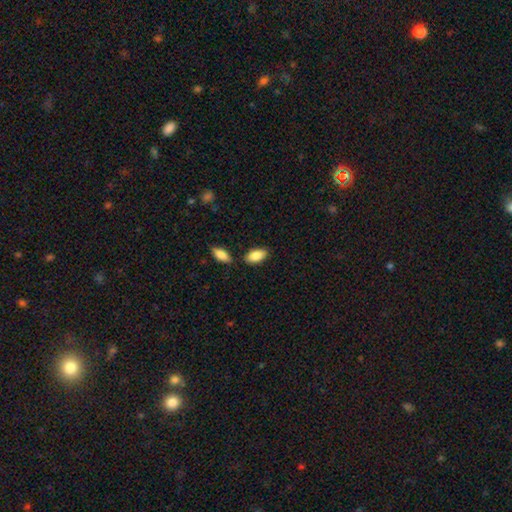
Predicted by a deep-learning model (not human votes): smooth_or_featured: smooth (p=0.87) [alt: featured or disk p=0.07]
how_rounded: in between (p=0.93) [alt: cigar-shaped p=0.04]
merging: none (p=0.82) [alt: minor disturbance p=0.10]